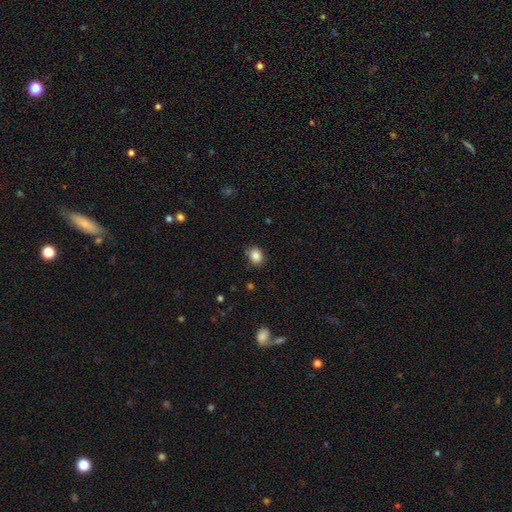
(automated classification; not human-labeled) A smooth galaxy with no disk features (85%) that is round (58%). Merging: none (81%).